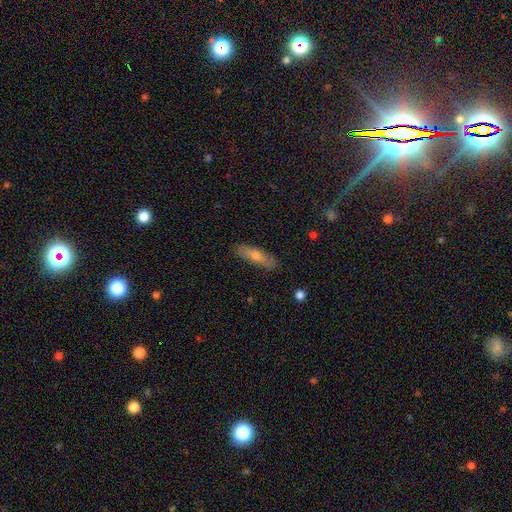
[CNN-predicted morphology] type=smooth (63%); roundness=cigar-shaped (65%); merging=none (86%).